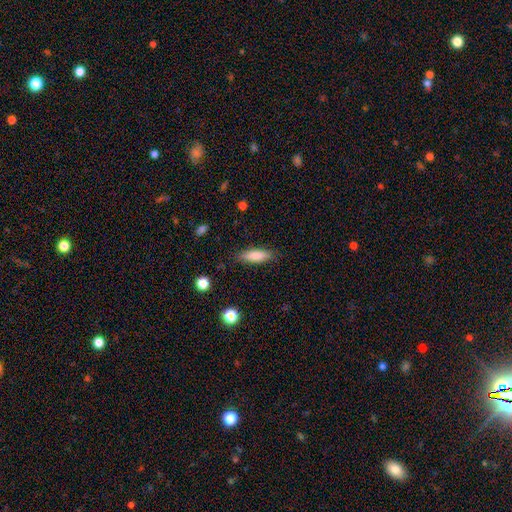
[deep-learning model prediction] Smooth or featured: smooth — 79% (featured or disk — 14%)
How rounded: cigar-shaped — 63% (in between — 35%)
Merging: none — 84% (minor disturbance — 11%)